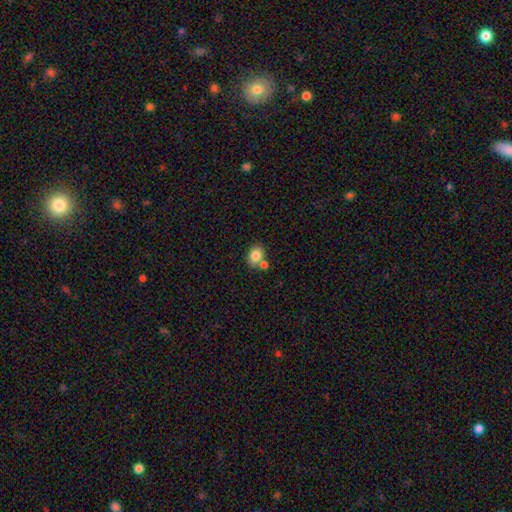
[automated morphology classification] Smooth or featured: smooth — 83% (star or artifact — 9%)
How rounded: in between — 56% (round — 43%)
Merging: none — 57% (merger — 28%)